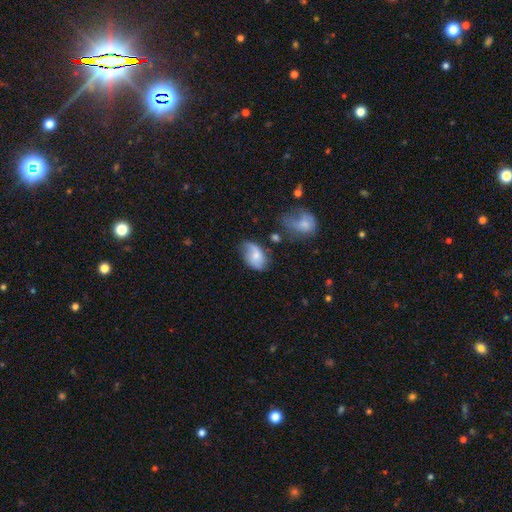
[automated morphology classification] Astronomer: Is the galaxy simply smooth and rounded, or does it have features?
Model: smooth — 56% (runner-up: featured or disk, 36%).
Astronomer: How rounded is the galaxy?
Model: in between — 86%.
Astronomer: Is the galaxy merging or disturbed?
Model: none — 45% (runner-up: minor disturbance, 33%).